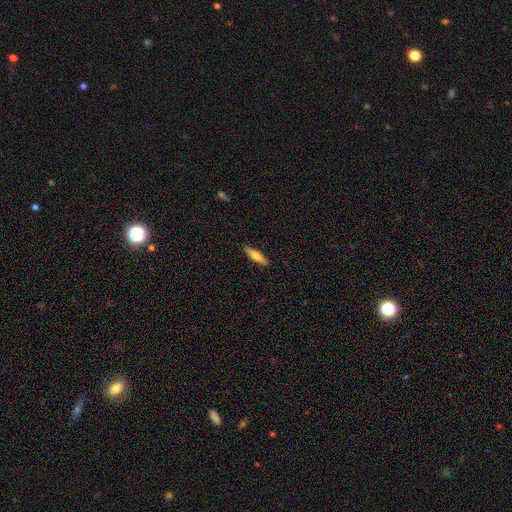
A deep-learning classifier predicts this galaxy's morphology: smooth_or_featured: smooth (p=0.71) [alt: featured or disk p=0.23]
how_rounded: cigar-shaped (p=0.73) [alt: in between p=0.26]
merging: none (p=0.89) [alt: minor disturbance p=0.09]